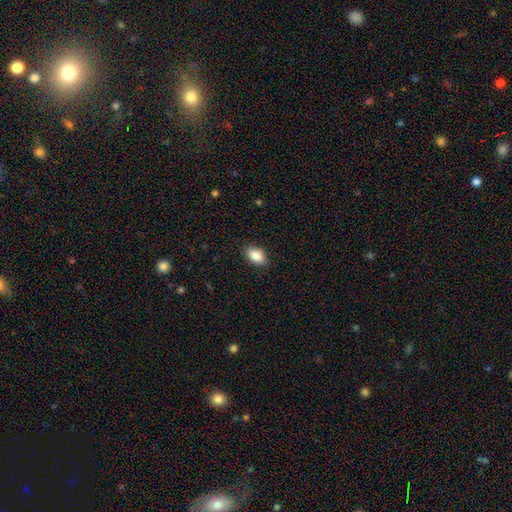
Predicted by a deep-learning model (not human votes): Smooth or featured? Predicted: smooth (p=0.87). How rounded? Predicted: in between (p=0.90). Merging? Predicted: none (p=0.87).